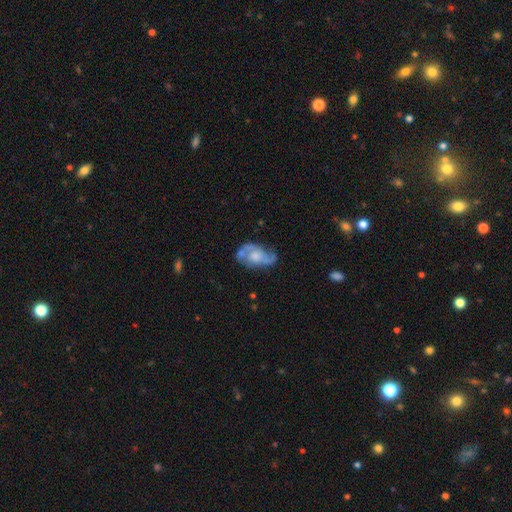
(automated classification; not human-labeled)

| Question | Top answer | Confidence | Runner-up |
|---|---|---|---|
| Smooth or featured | featured or disk | 72% | smooth (21%) |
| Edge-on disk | no | 95% | yes (5%) |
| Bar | no | 70% | weak (25%) |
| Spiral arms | yes | 81% | no (19%) |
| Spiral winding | medium | 45% | loose (35%) |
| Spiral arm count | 2 | 70% | can't tell (14%) |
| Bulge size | moderate | 46% | large (20%) |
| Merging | none | 52% | minor disturbance (25%) |